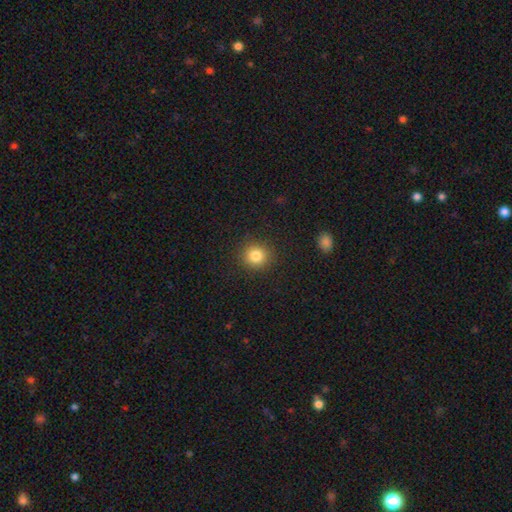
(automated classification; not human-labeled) Smooth or featured: smooth — 83% (star or artifact — 11%)
How rounded: round — 91% (in between — 8%)
Merging: none — 90% (minor disturbance — 6%)